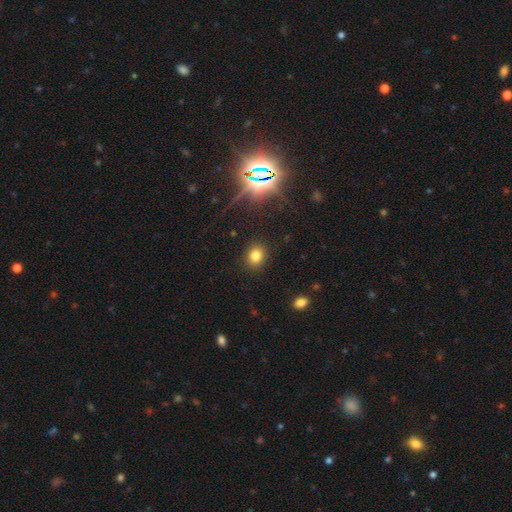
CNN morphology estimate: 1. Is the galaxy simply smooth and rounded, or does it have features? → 78% smooth, 16% star or artifact, 7% featured or disk.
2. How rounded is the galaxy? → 67% round, 32% in between, 1% cigar-shaped.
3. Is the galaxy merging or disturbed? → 89% none, 7% minor disturbance, 3% major disturbance, 1% merger.